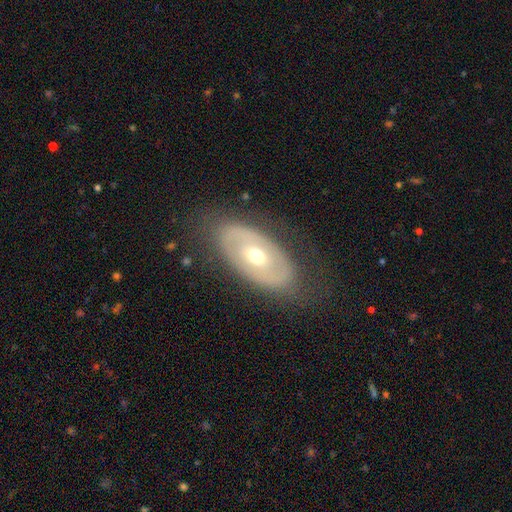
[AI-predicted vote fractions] The model was most divided on "smooth or featured": featured or disk: 58%, smooth: 35%, star or artifact: 6%. More confident: edge-on disk — no (87%); bar — no (81%); spiral arms — no (81%); merging — none (77%); bulge size — moderate (71%).